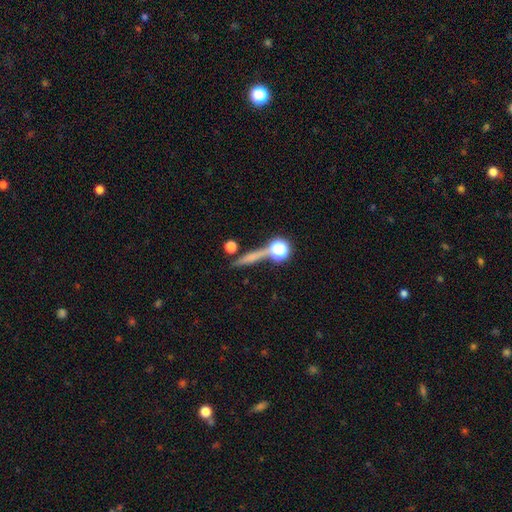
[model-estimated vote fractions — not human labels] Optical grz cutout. It shows a smooth galaxy with no disk features (43%). Merging: none (73%).